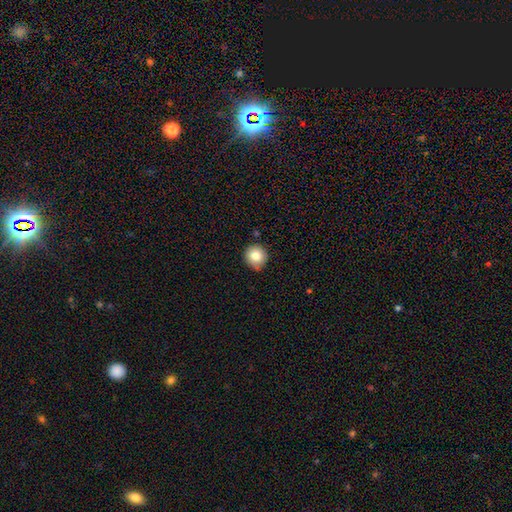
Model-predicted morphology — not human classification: smooth 81%, star or artifact 9%, featured or disk 9%. Down the decision tree: how rounded — round (91%); merging — none (84%).